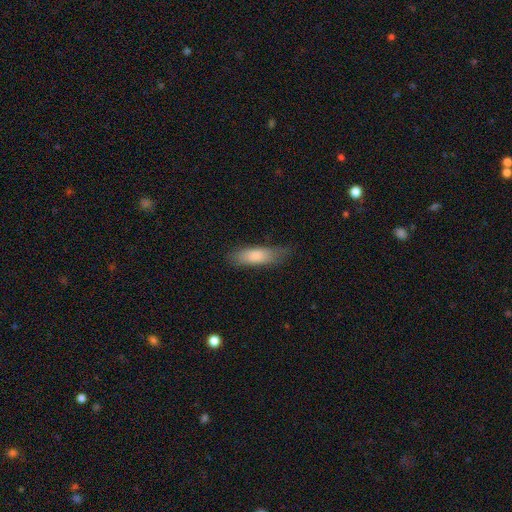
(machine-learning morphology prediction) smooth 81%, featured or disk 13%, star or artifact 6%. Down the decision tree: how rounded — in between (52%); merging — none (66%).